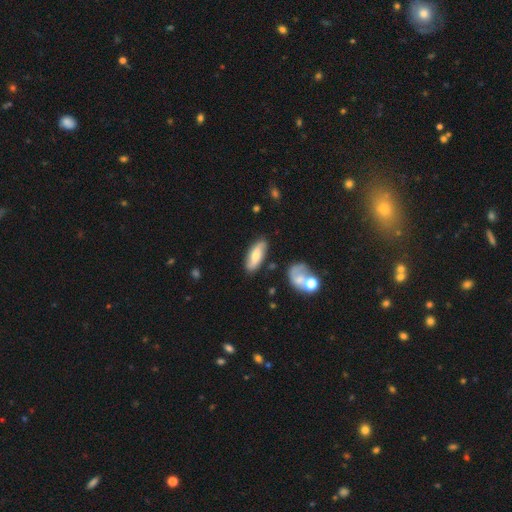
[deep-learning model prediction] A smooth galaxy with no disk features (52%) that is in between round and cigar-shaped (69%). Merging: none (80%).